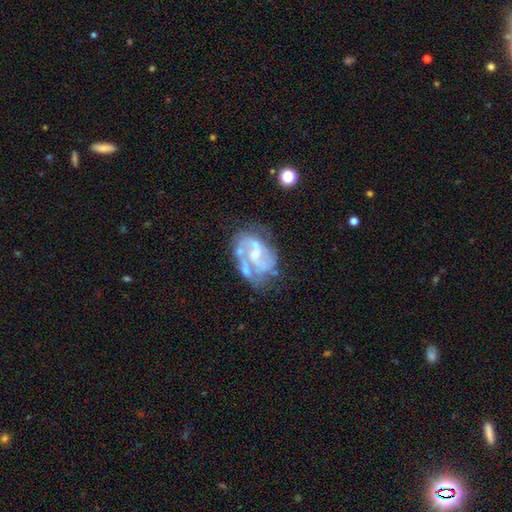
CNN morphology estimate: featured or disk 81%, smooth 12%, star or artifact 8%. Down the decision tree: edge-on disk — no (98%); bar — no (54%); spiral arms — yes (74%); spiral arm count — 2 (53%); spiral winding — medium (46%); bulge size — small (42%); merging — none (45%).